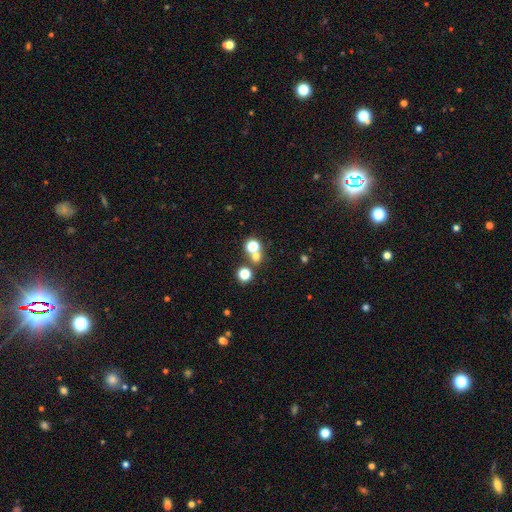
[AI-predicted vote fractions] smooth-or-featured: smooth: 63% | star or artifact: 27% | featured or disk: 10%
  how-rounded: round: 88% | in between: 11% | cigar-shaped: 1%
  merging: none: 59% | merger: 32% | minor disturbance: 6% | major disturbance: 4%